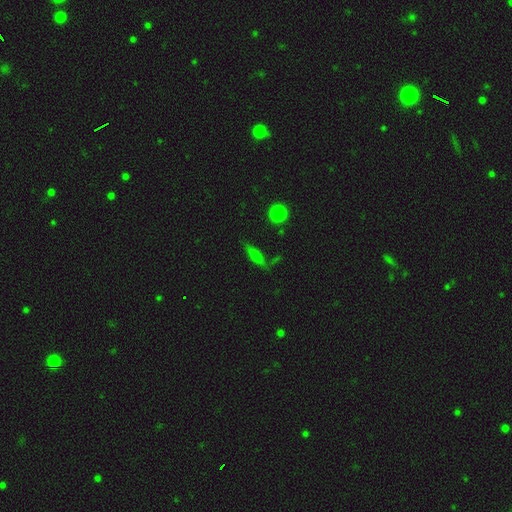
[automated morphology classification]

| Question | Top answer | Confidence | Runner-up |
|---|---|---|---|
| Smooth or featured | smooth | 50% | featured or disk (37%) |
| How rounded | cigar-shaped | 54% | in between (40%) |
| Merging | none | 70% | minor disturbance (19%) |